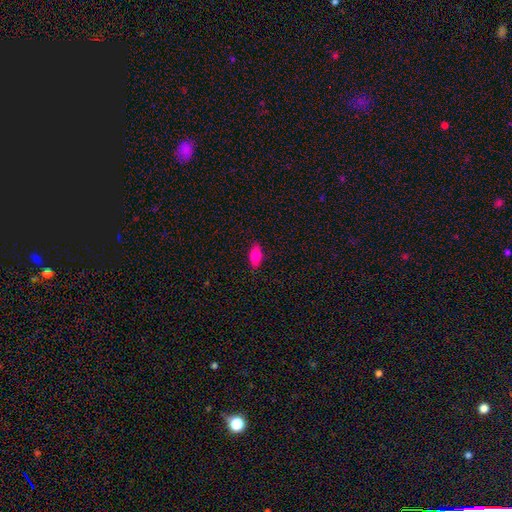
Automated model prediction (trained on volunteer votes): Smooth or featured?
  - smooth: 80% *
  - featured or disk: 13%
  - star or artifact: 7%
How rounded?
  - in between: 85% *
  - cigar-shaped: 12%
  - round: 3%
Merging?
  - none: 88% *
  - minor disturbance: 9%
  - major disturbance: 2%
  - merger: 1%